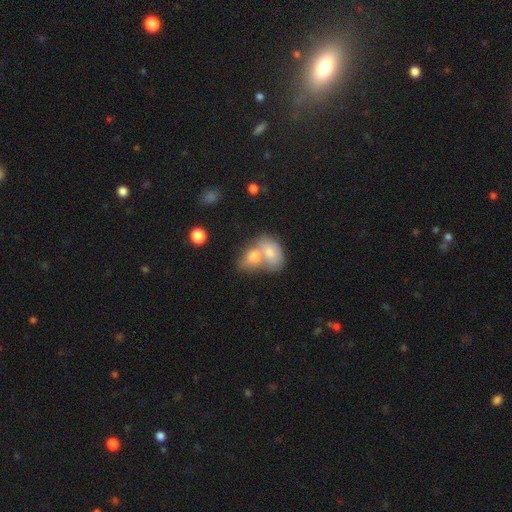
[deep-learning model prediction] Morphology: type=smooth (67%); roundness=in between (74%); merging=merger (69%).